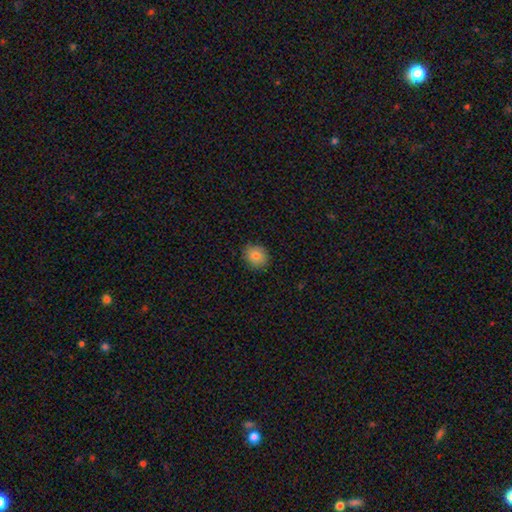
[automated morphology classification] This appears to be a smooth galaxy with no disk features (83%) that is round (72%). Merging: none (86%).